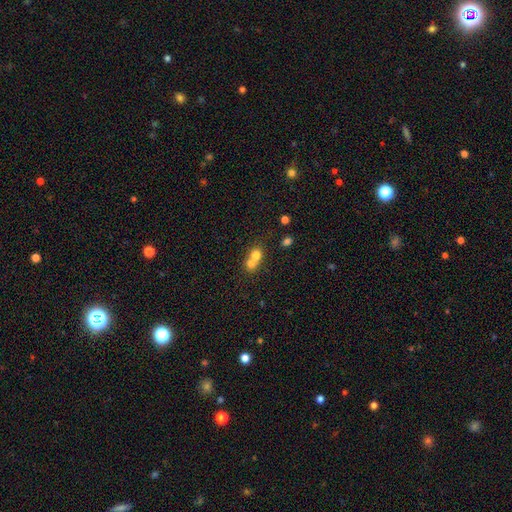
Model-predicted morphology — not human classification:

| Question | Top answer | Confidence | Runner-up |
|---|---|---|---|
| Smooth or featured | smooth | 72% | featured or disk (16%) |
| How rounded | round | 71% | in between (28%) |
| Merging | merger | 70% | none (23%) |